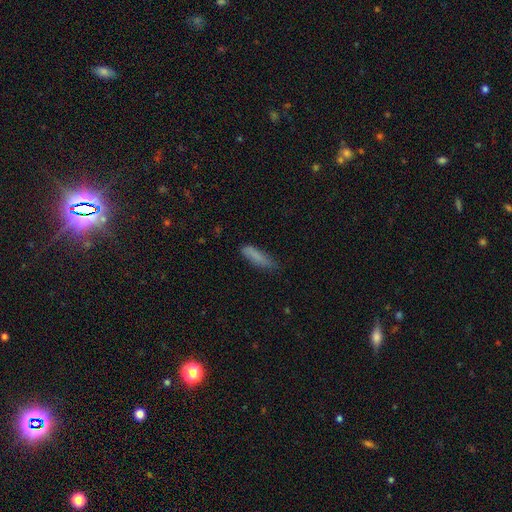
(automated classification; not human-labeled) Smooth or featured? smooth (81%)
How rounded? cigar-shaped (67%)
Merging? none (63%)